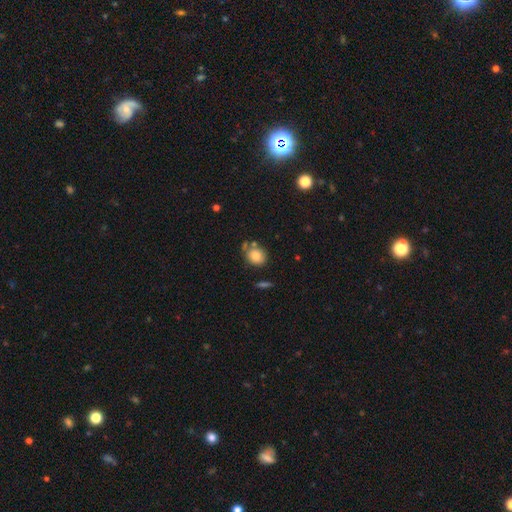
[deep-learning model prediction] smooth 82%, star or artifact 9%, featured or disk 9%. Down the decision tree: how rounded — round (69%); merging — none (64%).